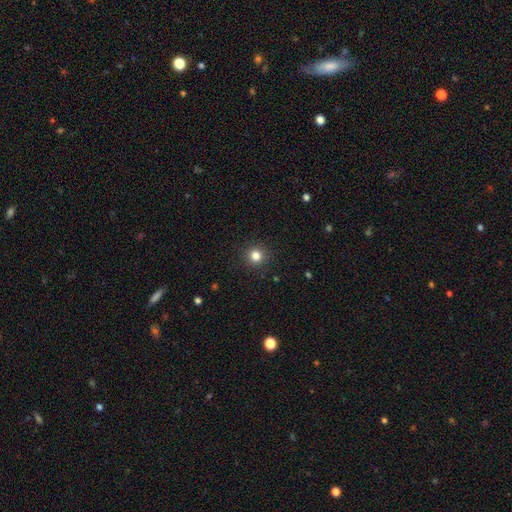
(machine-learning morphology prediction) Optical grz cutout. It shows a smooth galaxy with no disk features (81%) that is round (94%). Merging: none (92%).